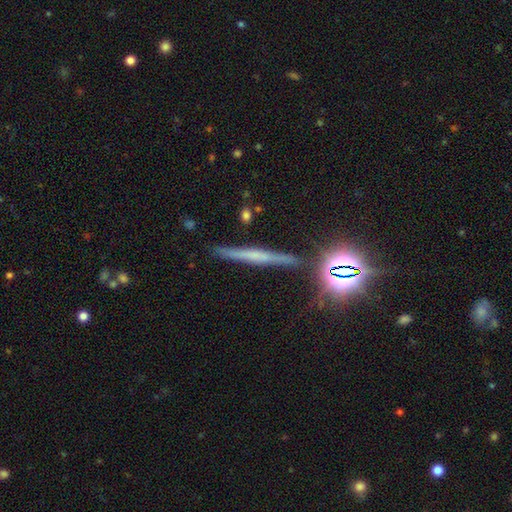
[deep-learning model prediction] Smooth or featured? featured or disk (46%)
Merging? none (87%)